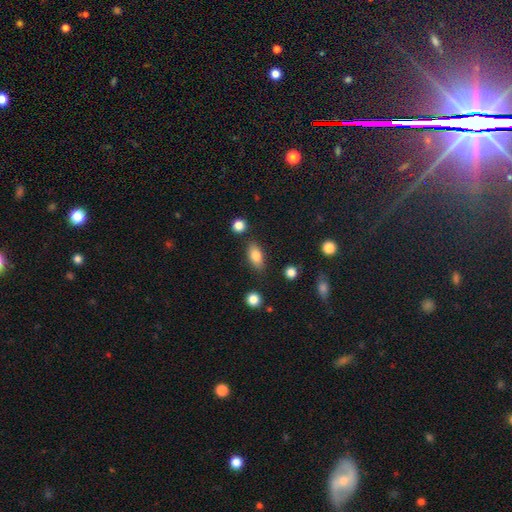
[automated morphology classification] The model was most divided on "merging": none: 81%, minor disturbance: 12%, merger: 4%, major disturbance: 3%. More confident: how rounded — in between (86%); smooth or featured — smooth (82%).